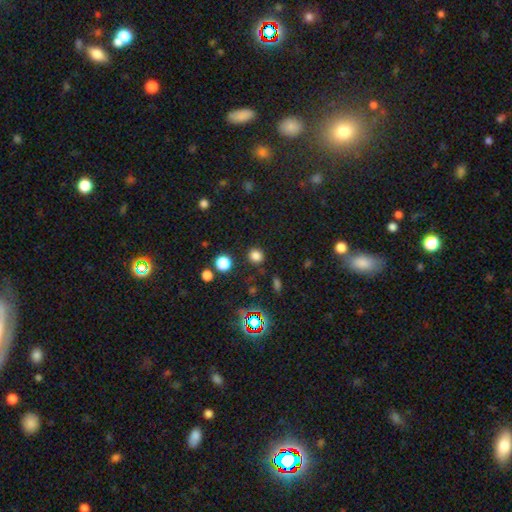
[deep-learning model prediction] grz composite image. It shows a smooth galaxy with no disk features (78%) that is round (88%). Merging: none (87%).